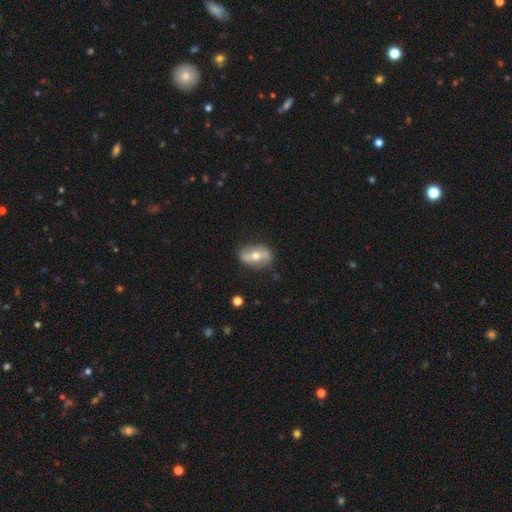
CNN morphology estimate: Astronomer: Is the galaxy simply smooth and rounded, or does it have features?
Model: featured or disk — 62%.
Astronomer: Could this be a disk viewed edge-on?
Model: no — 83%.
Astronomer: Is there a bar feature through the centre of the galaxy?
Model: strong — 46% (runner-up: no, 29%).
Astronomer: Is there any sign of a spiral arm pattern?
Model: yes — 65%.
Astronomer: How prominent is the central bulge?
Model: moderate — 69%.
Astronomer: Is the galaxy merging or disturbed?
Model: none — 80%.